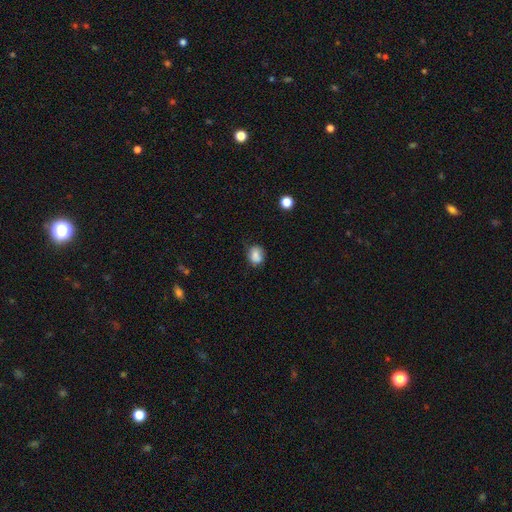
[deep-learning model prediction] Smooth or featured?
  - smooth: 80% *
  - star or artifact: 10%
  - featured or disk: 10%
How rounded?
  - round: 57% *
  - in between: 42%
  - cigar-shaped: 1%
Merging?
  - none: 63% *
  - minor disturbance: 25%
  - merger: 6%
  - major disturbance: 6%